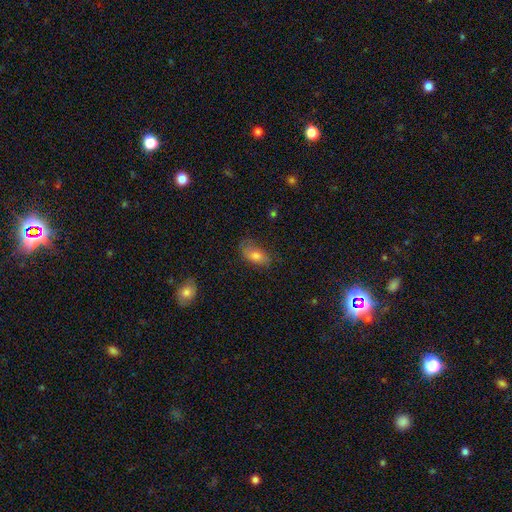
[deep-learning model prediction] This is likely a smooth galaxy (76%). How rounded: clearly in between (87%). Merging: possibly none (60%).